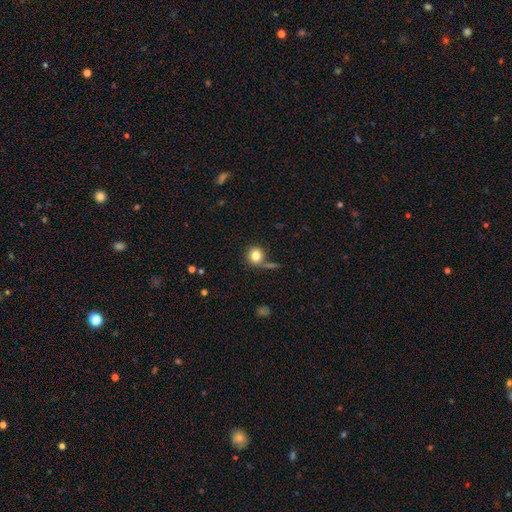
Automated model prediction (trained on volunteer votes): Q: Smooth or featured?
A: smooth (81%); runner-up: star or artifact (11%)
Q: How rounded?
A: round (88%); runner-up: in between (11%)
Q: Merging?
A: none (70%); runner-up: minor disturbance (13%)